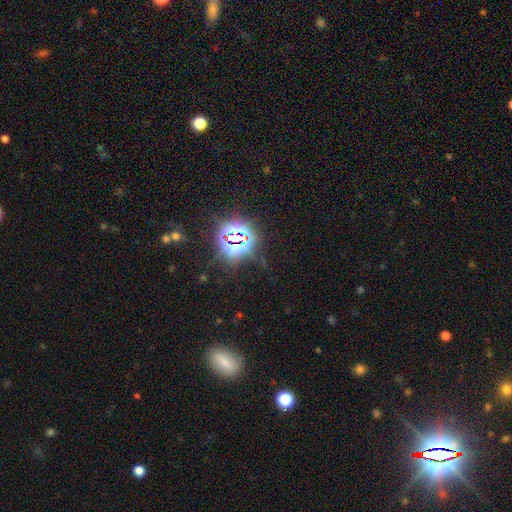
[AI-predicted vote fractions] The model was most divided on "smooth or featured": star or artifact: 79%, smooth: 14%, featured or disk: 7%.